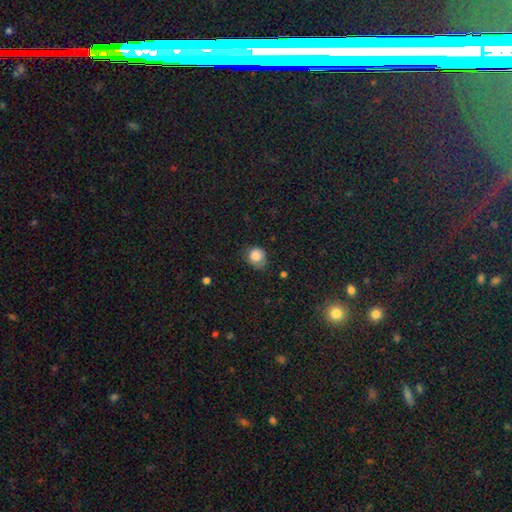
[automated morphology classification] smooth 84%, star or artifact 10%, featured or disk 7%. Down the decision tree: how rounded — round (79%); merging — none (62%).